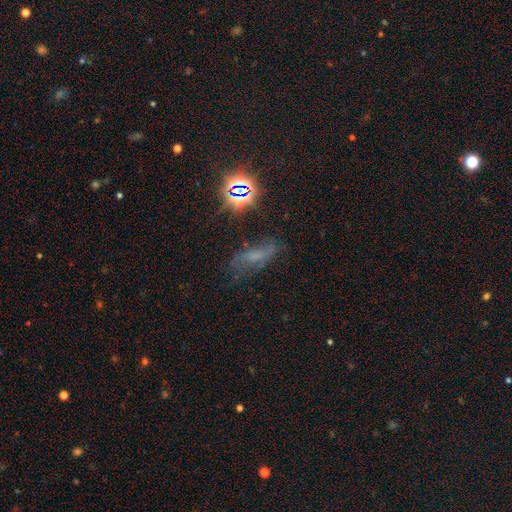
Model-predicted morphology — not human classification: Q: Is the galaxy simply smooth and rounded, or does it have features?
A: smooth — 37%.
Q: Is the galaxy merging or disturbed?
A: none — 54%.